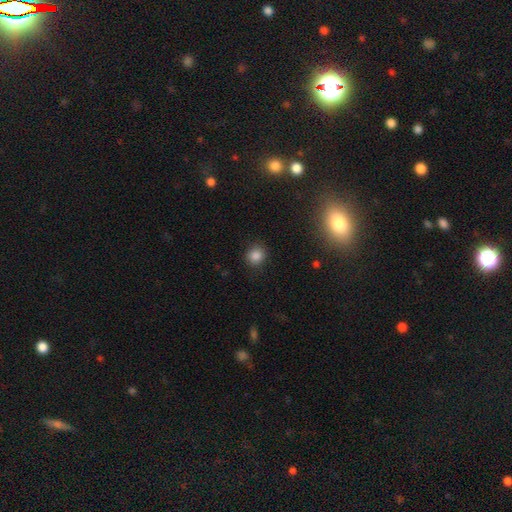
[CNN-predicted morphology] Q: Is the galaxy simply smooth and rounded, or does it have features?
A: smooth — 84%.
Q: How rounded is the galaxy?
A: round — 84%.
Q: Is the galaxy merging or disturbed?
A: none — 86%.